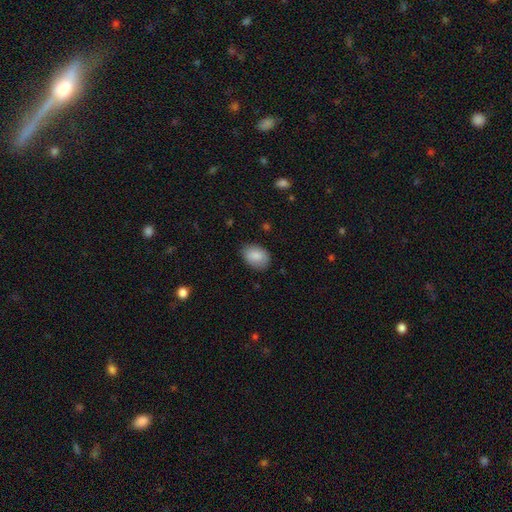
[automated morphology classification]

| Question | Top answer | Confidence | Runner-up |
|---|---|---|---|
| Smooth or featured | smooth | 88% | star or artifact (7%) |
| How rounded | in between | 77% | round (22%) |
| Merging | none | 81% | minor disturbance (14%) |